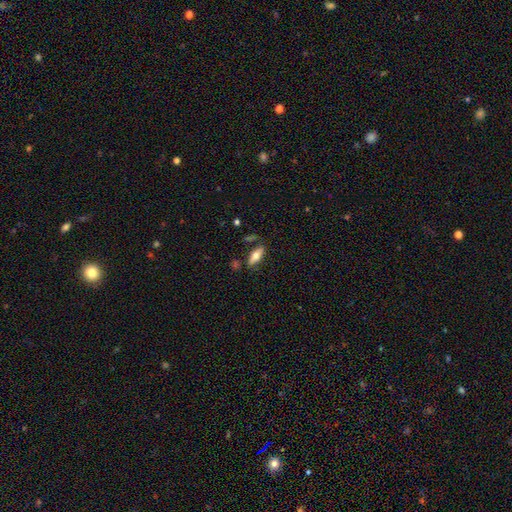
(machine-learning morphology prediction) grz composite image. It shows a smooth galaxy with no disk features (64%) that is in between round and cigar-shaped (70%). Merging: none (78%).